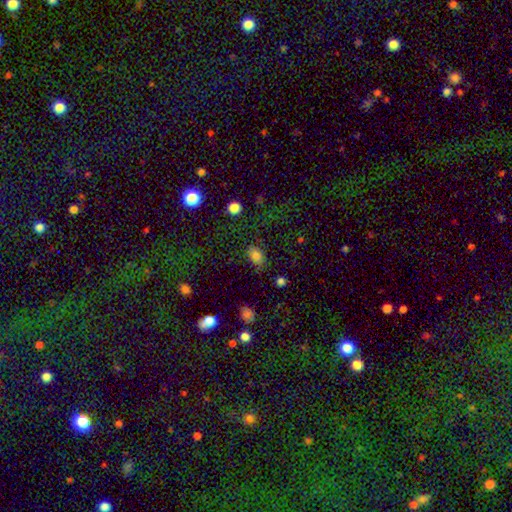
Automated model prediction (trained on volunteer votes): smooth_or_featured: smooth (p=0.79) [alt: star or artifact p=0.15]
how_rounded: in between (p=0.78) [alt: round p=0.20]
merging: none (p=0.80) [alt: minor disturbance p=0.14]